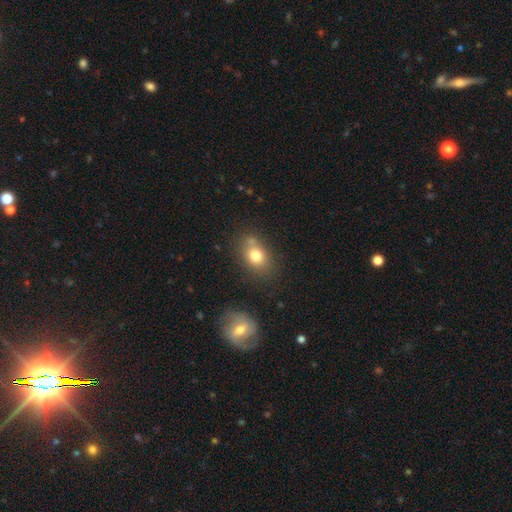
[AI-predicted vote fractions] A smooth galaxy with no disk features (76%) that is in between round and cigar-shaped (61%). Merging: none (62%).